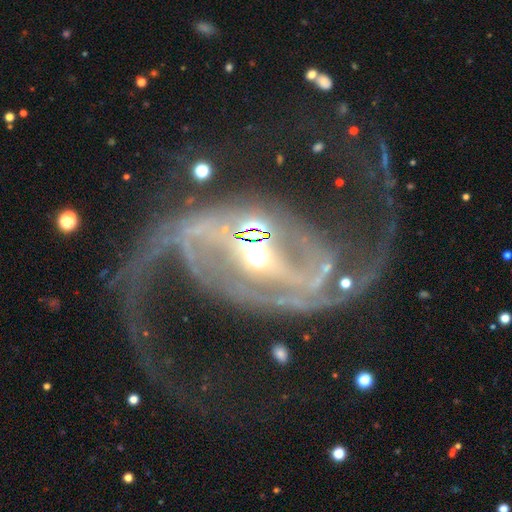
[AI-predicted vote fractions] The model was most divided on "spiral winding": loose: 45%, medium: 40%, tight: 14%. Remaining: edge-on disk — no (97%); spiral arms — yes (95%); smooth or featured — featured or disk (91%); spiral arm count — 2 (88%); bulge size — moderate (57%); bar — strong (52%); merging — none (44%).